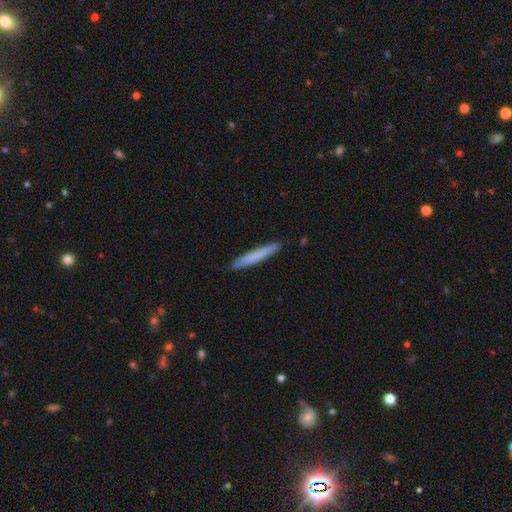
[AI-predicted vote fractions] Morphology: type=smooth (75%); roundness=cigar-shaped (96%); merging=none (91%).